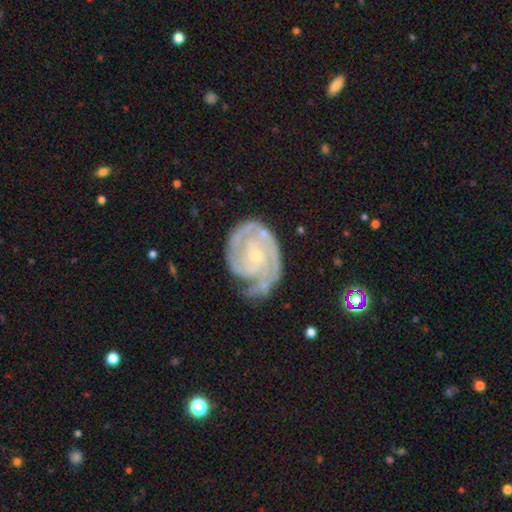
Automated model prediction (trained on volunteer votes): This appears to be a featured or disk galaxy (88%) with no bar (69%), 2 (40%) tight (70%) spiral arms (97%) and a small central bulge (80%). Merging: none (55%).